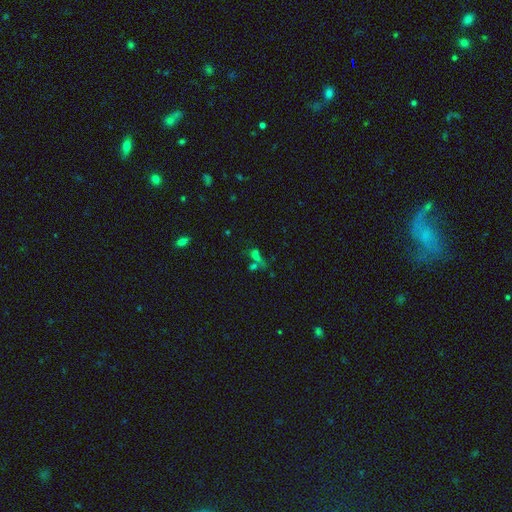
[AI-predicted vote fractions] smooth 42%, star or artifact 39%, featured or disk 19%. Down the decision tree: merging — none (37%, tied with merger).